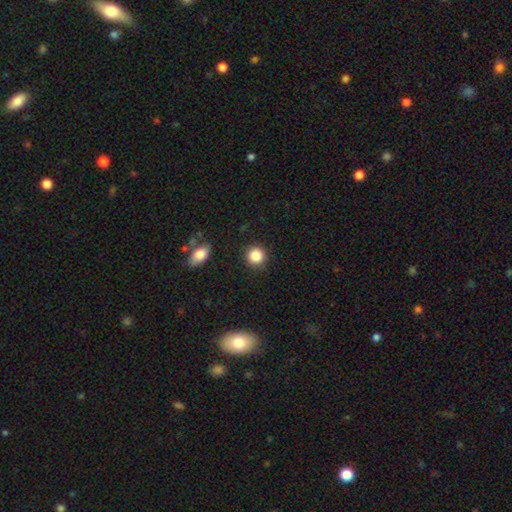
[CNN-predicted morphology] smooth_or_featured: smooth (p=0.86) [alt: star or artifact p=0.10]
how_rounded: round (p=0.92) [alt: in between p=0.07]
merging: none (p=0.90) [alt: minor disturbance p=0.06]